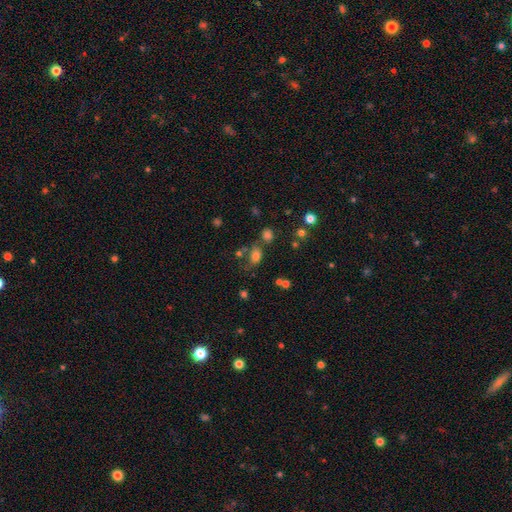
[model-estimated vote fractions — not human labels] smooth 74%, star or artifact 16%, featured or disk 11%. Down the decision tree: how rounded — in between (77%); merging — none (52%).